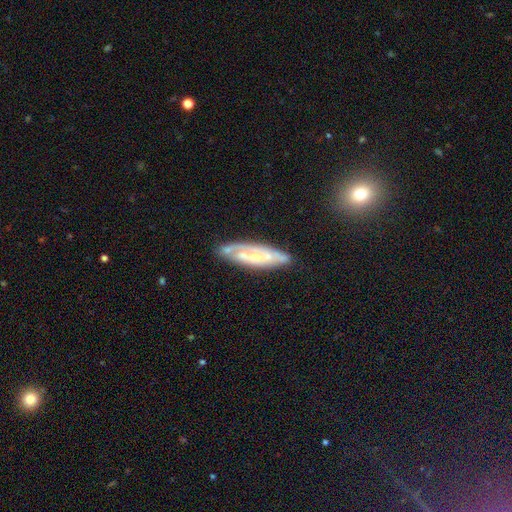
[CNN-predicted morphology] Smooth or featured? featured or disk (62%)
Edge-on disk? no (72%)
Merging? none (66%)